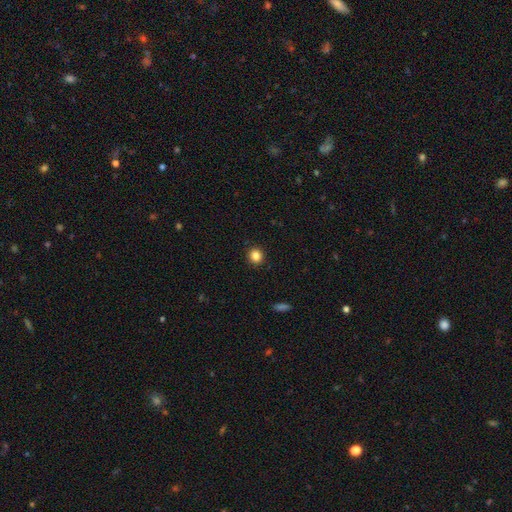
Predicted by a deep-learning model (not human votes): This is clearly a smooth galaxy (84%). How rounded: clearly round (87%). Merging: clearly none (92%).